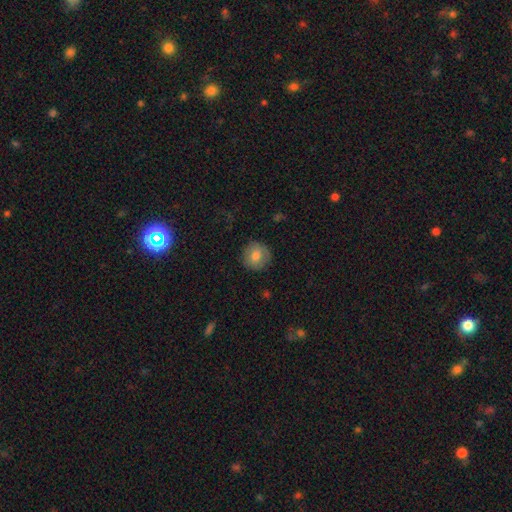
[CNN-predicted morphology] Smooth or featured? smooth (76%)
How rounded? round (93%)
Merging? none (87%)